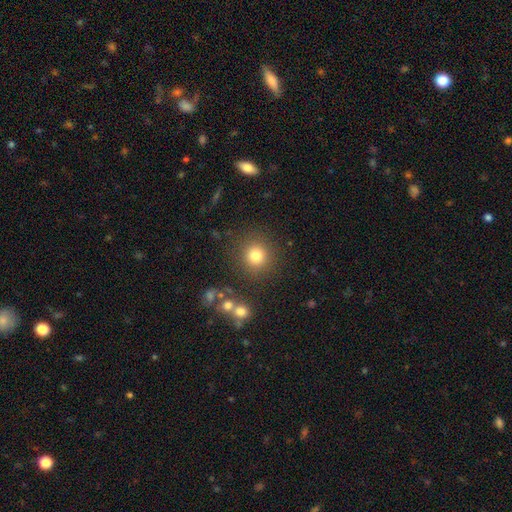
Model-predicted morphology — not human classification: Overall: smooth (80%). How rounded: round (91%). Merging: none (85%).